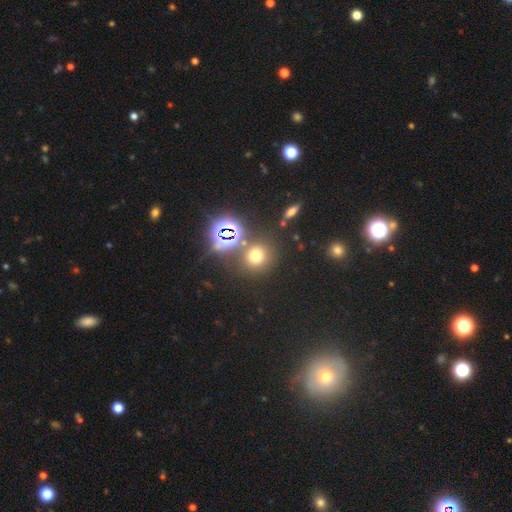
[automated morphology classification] smooth 59%, star or artifact 32%, featured or disk 9%. Down the decision tree: how rounded — round (89%); merging — none (78%).